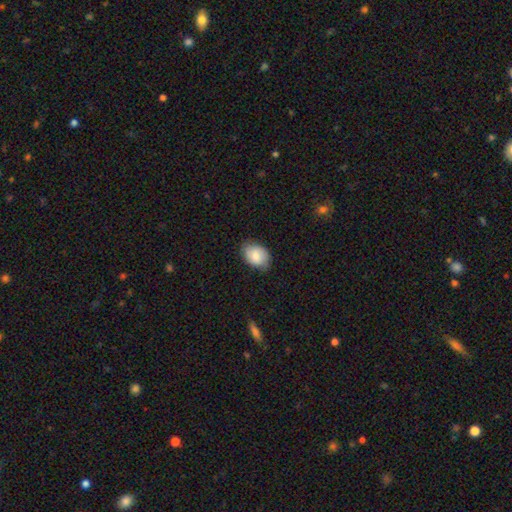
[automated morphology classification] This is likely a smooth galaxy (78%). How rounded: likely in between (79%). Merging: likely none (78%).